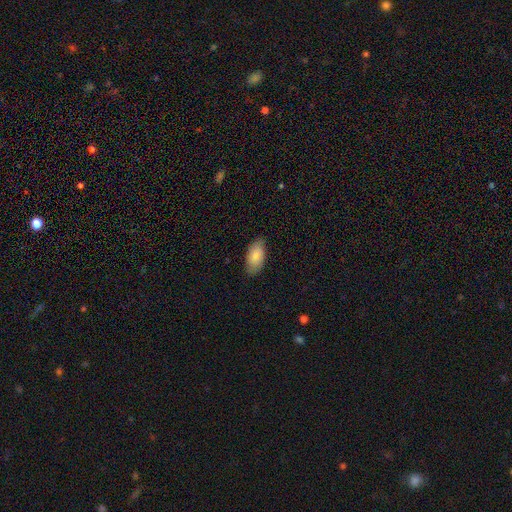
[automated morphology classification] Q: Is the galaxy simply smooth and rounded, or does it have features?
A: smooth — 84%.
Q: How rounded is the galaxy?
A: in between — 94%.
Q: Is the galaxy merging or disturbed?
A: none — 82%.